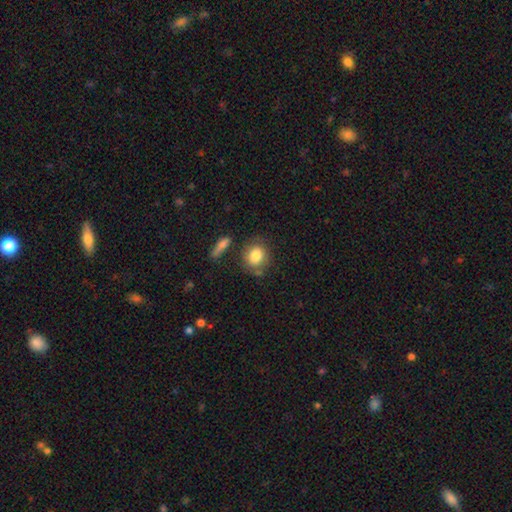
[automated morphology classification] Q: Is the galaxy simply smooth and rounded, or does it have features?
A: smooth — 83%.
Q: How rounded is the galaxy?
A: round — 65%.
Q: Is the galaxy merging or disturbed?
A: none — 71%.